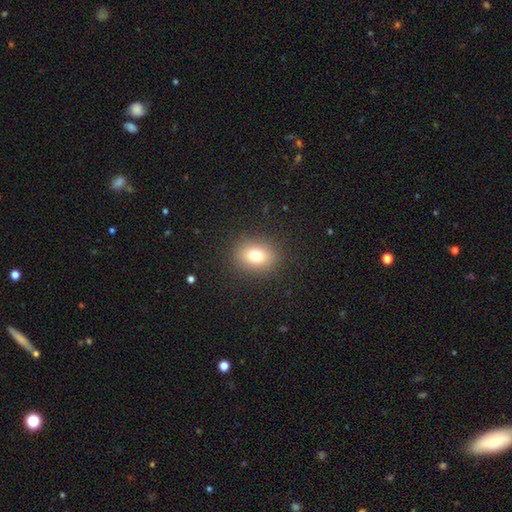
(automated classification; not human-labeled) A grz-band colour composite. It shows a smooth galaxy with no disk features (77%) that is round (51%). Merging: none (88%).